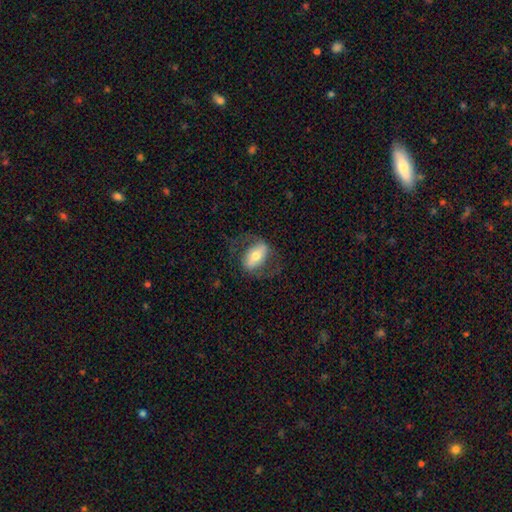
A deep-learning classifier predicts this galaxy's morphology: A featured or disk galaxy (53%). Merging: none (67%).